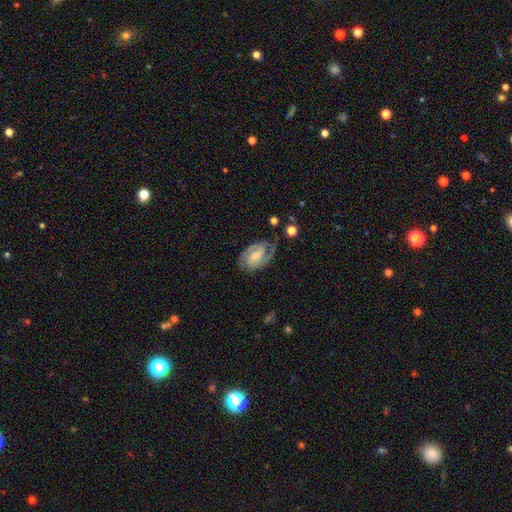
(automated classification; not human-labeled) Smooth or featured?
  - featured or disk: 86% *
  - smooth: 8%
  - star or artifact: 6%
Edge-on disk?
  - no: 97% *
  - yes: 3%
Bar?
  - weak: 48% *
  - no: 27%
  - strong: 24%
Spiral arms?
  - yes: 97% *
  - no: 3%
Spiral winding?
  - tight: 48% *
  - medium: 43%
  - loose: 9%
Spiral arm count?
  - 2: 85% *
  - can't tell: 5%
  - 3: 5%
  - 1: 2%
  - 4: 1%
  - more than 4: 1%
Bulge size?
  - moderate: 50% *
  - small: 44%
  - large: 2%
  - none: 2%
  - dominant: 1%
Merging?
  - none: 78% *
  - minor disturbance: 15%
  - major disturbance: 5%
  - merger: 2%